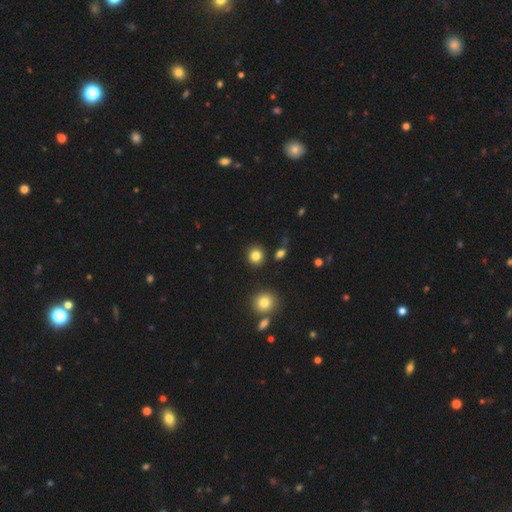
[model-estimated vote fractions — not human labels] A smooth galaxy with no disk features (84%) that is round (90%).

Vote fractions:
- Smooth or featured? smooth: 84% / star or artifact: 11% / featured or disk: 5%
- How rounded? round: 90% / in between: 9% / cigar-shaped: 1%
- Merging? none: 88% / minor disturbance: 6% / merger: 3% / major disturbance: 2%